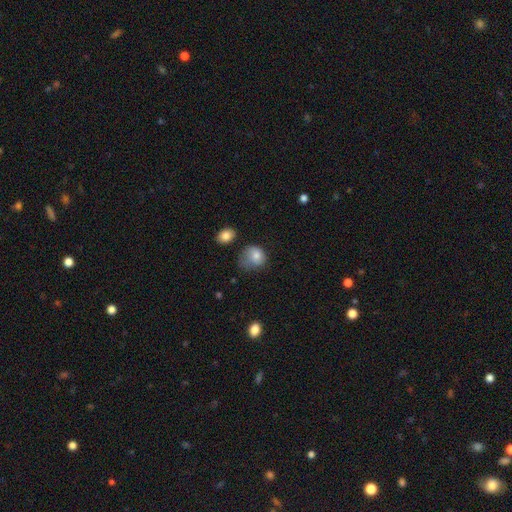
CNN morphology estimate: Overall: smooth (79%). How rounded: round (60%; in between 39%). Merging: minor disturbance (37%; none 34%).